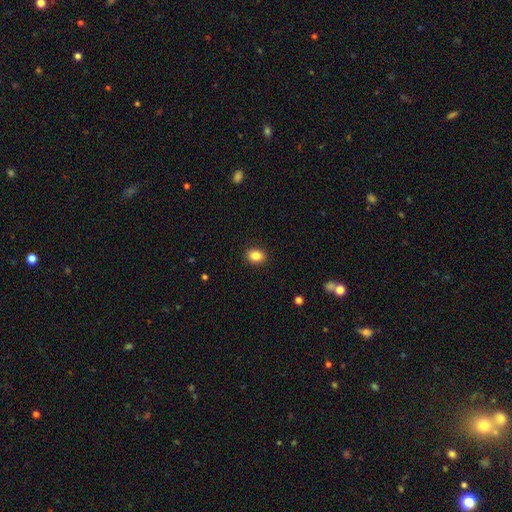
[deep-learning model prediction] Q: Smooth or featured?
A: smooth (85%); runner-up: star or artifact (9%)
Q: How rounded?
A: in between (57%); runner-up: round (42%)
Q: Merging?
A: none (90%); runner-up: minor disturbance (7%)